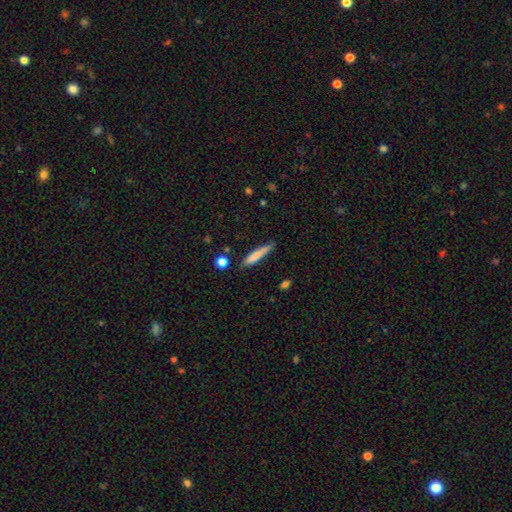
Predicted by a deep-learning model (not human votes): A smooth galaxy with no disk features (75%) that is cigar-shaped (91%). Merging: none (75%).